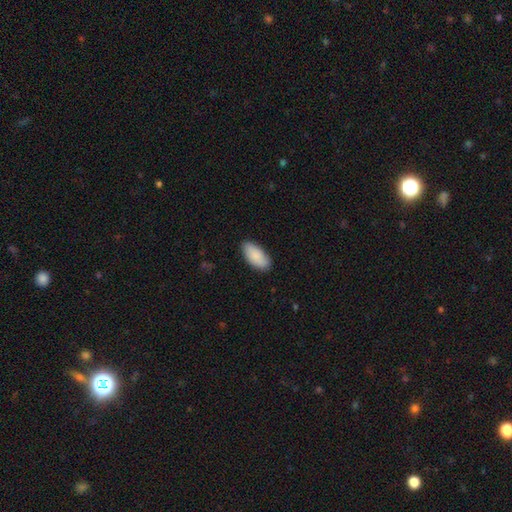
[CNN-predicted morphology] A smooth galaxy with no disk features (88%) that is in between round and cigar-shaped (93%).

Vote fractions:
- Smooth or featured? smooth: 88% / featured or disk: 7% / star or artifact: 6%
- How rounded? in between: 93% / cigar-shaped: 6% / round: 2%
- Merging? none: 84% / minor disturbance: 13% / major disturbance: 2% / merger: 1%